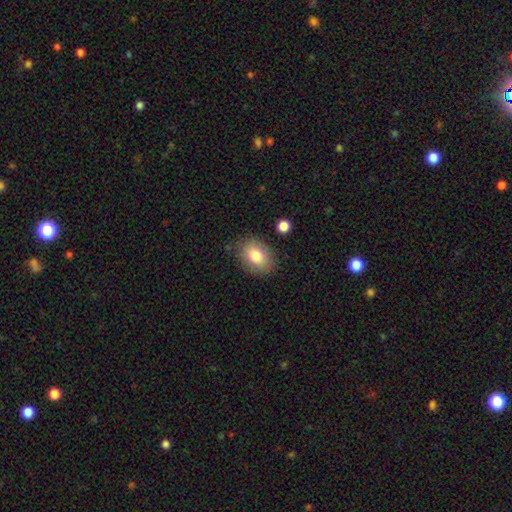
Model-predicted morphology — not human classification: Smooth or featured? smooth (80%)
How rounded? in between (78%)
Merging? none (83%)